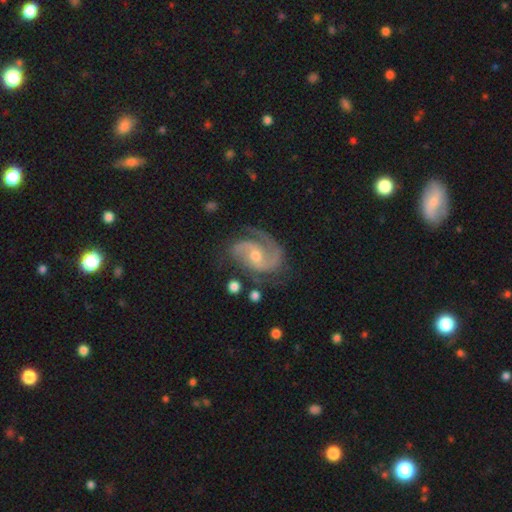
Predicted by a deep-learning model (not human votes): Smooth or featured: featured or disk — 90% (smooth — 5%)
Edge-on disk: no — 98% (yes — 2%)
Bar: no — 55% (weak — 35%)
Spiral arms: yes — 98% (no — 2%)
Spiral winding: medium — 51% (tight — 35%)
Spiral arm count: 2 — 79% (3 — 7%)
Bulge size: moderate — 50% (small — 46%)
Merging: none — 68% (minor disturbance — 20%)